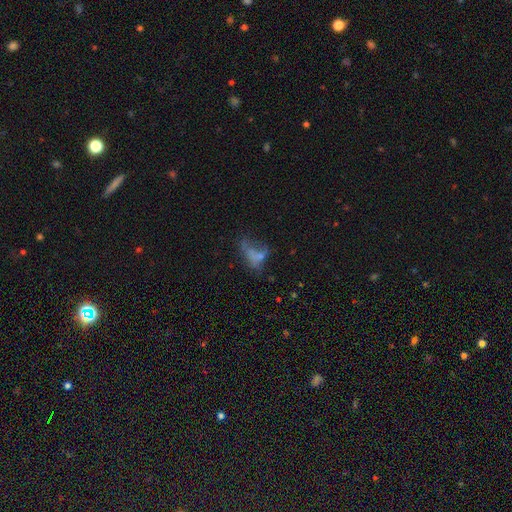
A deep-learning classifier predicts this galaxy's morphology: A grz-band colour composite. It shows a smooth galaxy with no disk features (51%) that is in between round and cigar-shaped (81%). Merging: major disturbance (39%).